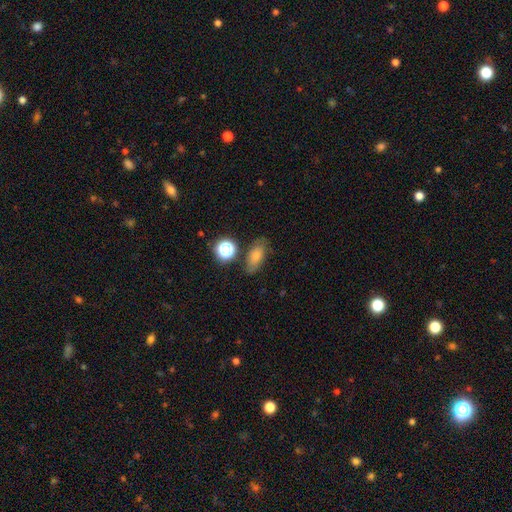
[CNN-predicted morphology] smooth 54%, star or artifact 24%, featured or disk 23%. Down the decision tree: how rounded — in between (74%); merging — none (75%).